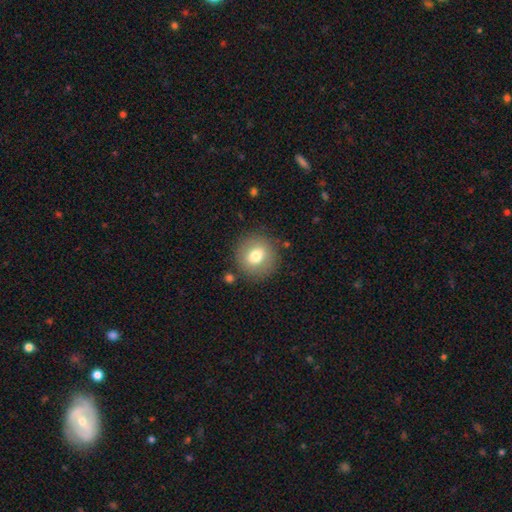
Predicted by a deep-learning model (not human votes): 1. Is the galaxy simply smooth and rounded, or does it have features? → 73% smooth, 18% featured or disk, 9% star or artifact.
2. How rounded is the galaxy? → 90% round, 9% in between, 1% cigar-shaped.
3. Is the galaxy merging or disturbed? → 85% none, 9% minor disturbance, 4% major disturbance, 2% merger.